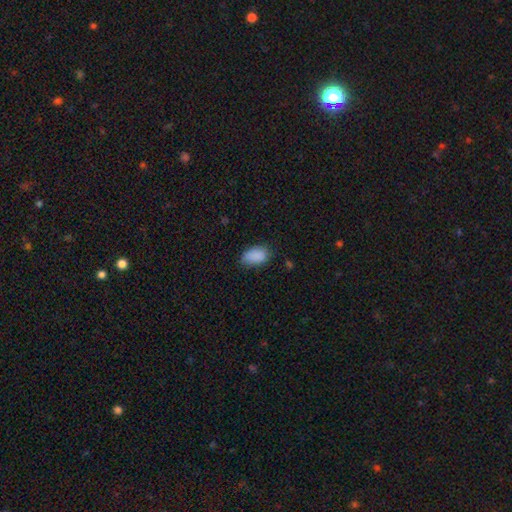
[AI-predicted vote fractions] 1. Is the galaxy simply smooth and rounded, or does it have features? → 89% smooth, 8% star or artifact, 4% featured or disk.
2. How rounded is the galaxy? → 92% in between, 6% round, 2% cigar-shaped.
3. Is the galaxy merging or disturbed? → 73% none, 22% minor disturbance, 4% major disturbance, 1% merger.